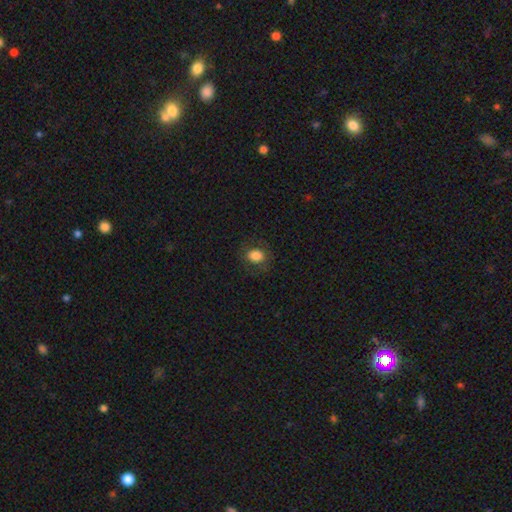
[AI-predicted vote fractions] smooth_or_featured: smooth (p=0.82) [alt: star or artifact p=0.10]
how_rounded: in between (p=0.52) [alt: round p=0.47]
merging: none (p=0.81) [alt: minor disturbance p=0.12]